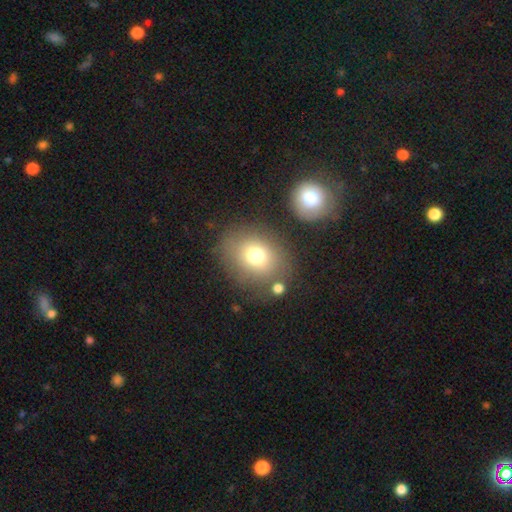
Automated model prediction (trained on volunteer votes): Smooth or featured? smooth (73%)
How rounded? round (58%)
Merging? none (72%)